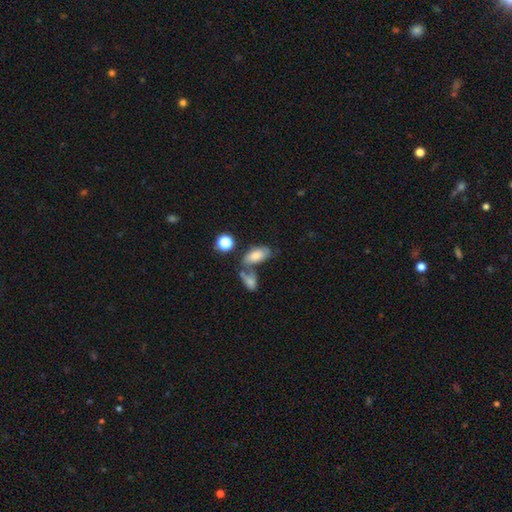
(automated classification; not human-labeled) smooth 75%, featured or disk 15%, star or artifact 10%. Down the decision tree: how rounded — in between (90%); merging — none (42%).